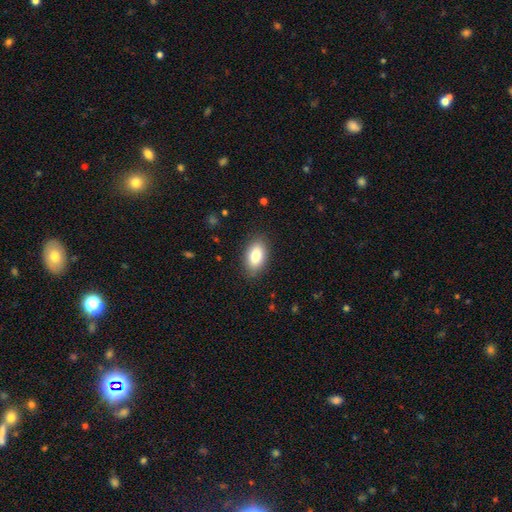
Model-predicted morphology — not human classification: This is clearly a smooth galaxy (82%). How rounded: clearly in between (92%). Merging: clearly none (86%).